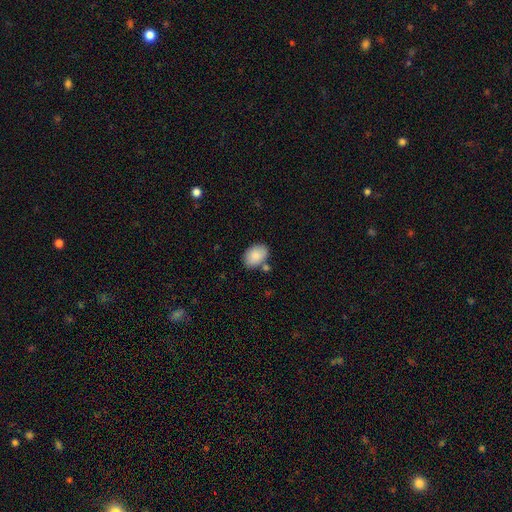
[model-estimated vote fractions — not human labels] smooth 87%, star or artifact 6%, featured or disk 6%. Down the decision tree: how rounded — in between (85%); merging — none (74%).